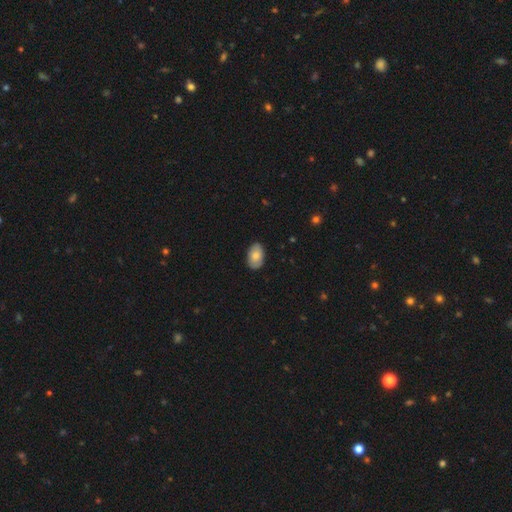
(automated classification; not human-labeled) Overall: smooth (76%). How rounded: in between (91%). Merging: none (84%).